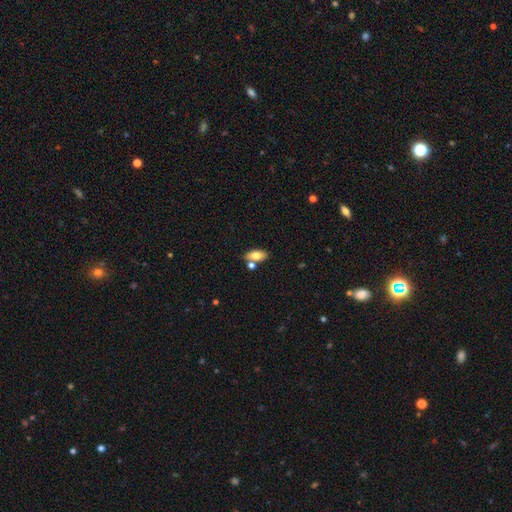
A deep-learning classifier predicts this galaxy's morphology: smooth-or-featured: smooth: 74% | featured or disk: 18% | star or artifact: 7%
  how-rounded: in between: 89% | cigar-shaped: 7% | round: 4%
  merging: none: 66% | merger: 19% | minor disturbance: 12% | major disturbance: 3%